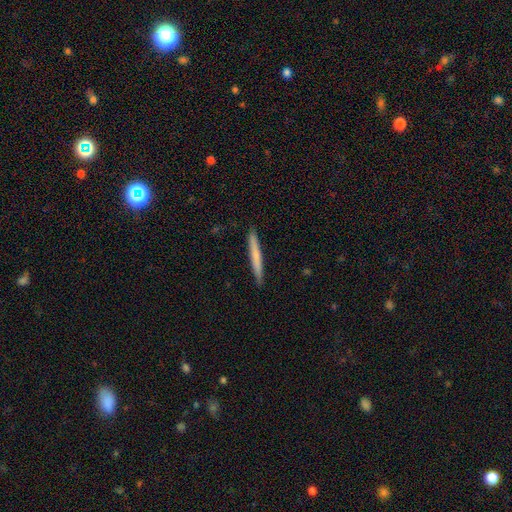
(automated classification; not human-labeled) smooth-or-featured: smooth: 66% | featured or disk: 29% | star or artifact: 5%
  how-rounded: cigar-shaped: 97% | in between: 2% | round: 1%
  merging: none: 91% | minor disturbance: 6% | major disturbance: 1% | merger: 1%